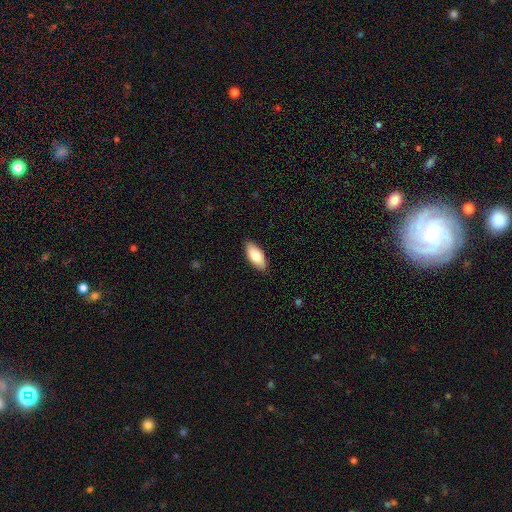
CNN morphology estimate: This appears to be a smooth galaxy with no disk features (81%) that is in between round and cigar-shaped (86%). Merging: none (88%).